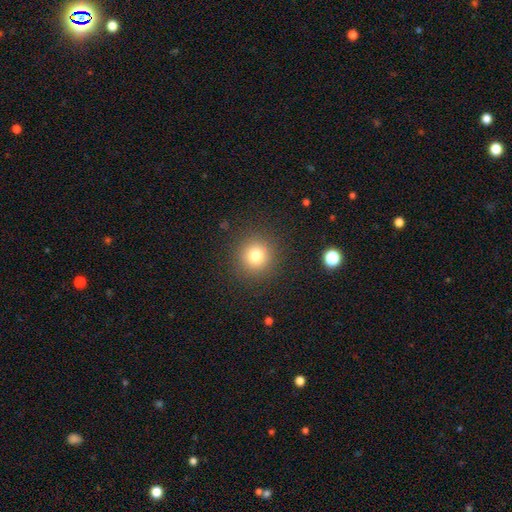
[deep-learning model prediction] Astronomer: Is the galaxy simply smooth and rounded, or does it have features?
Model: smooth — 77%.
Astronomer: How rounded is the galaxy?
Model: round — 94%.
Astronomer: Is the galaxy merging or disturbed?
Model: none — 89%.